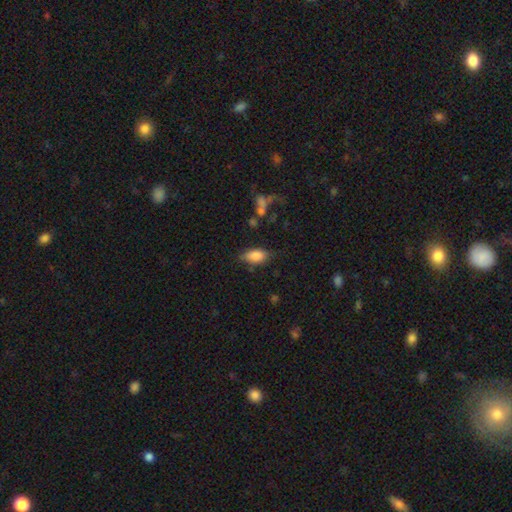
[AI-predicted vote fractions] Q: Smooth or featured?
A: smooth (84%); runner-up: featured or disk (9%)
Q: How rounded?
A: in between (90%); runner-up: cigar-shaped (5%)
Q: Merging?
A: none (69%); runner-up: minor disturbance (22%)